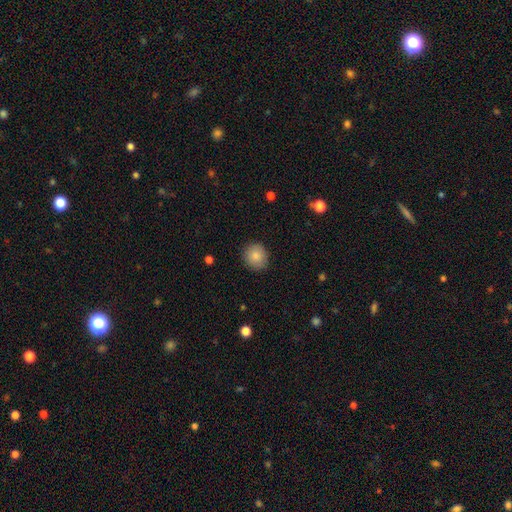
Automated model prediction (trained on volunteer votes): Overall: smooth (85%). How rounded: round (88%). Merging: none (88%).